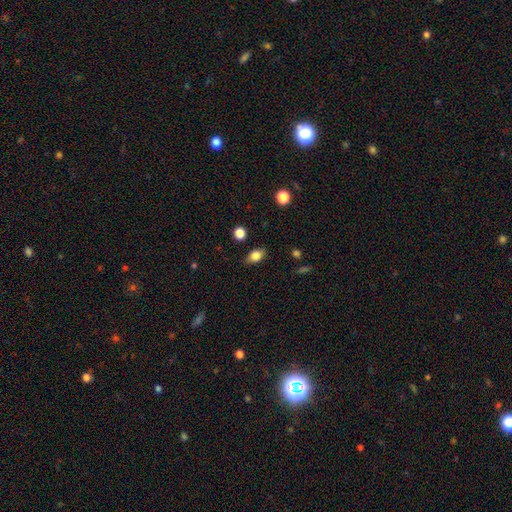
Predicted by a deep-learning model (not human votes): Q: Smooth or featured?
A: smooth (79%); runner-up: featured or disk (12%)
Q: How rounded?
A: in between (79%); runner-up: round (17%)
Q: Merging?
A: none (81%); runner-up: minor disturbance (15%)